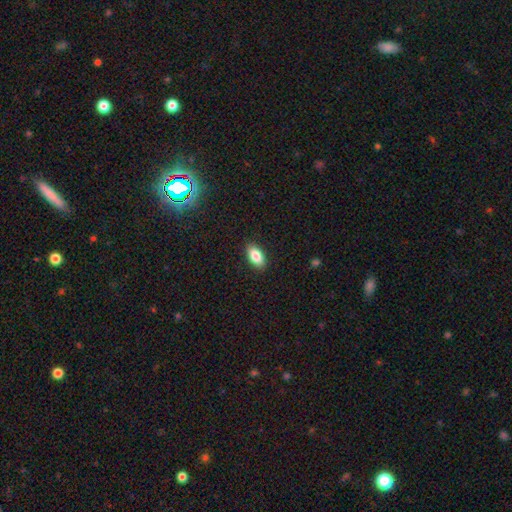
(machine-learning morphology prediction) type=smooth (86%); roundness=in between (92%); merging=none (89%).